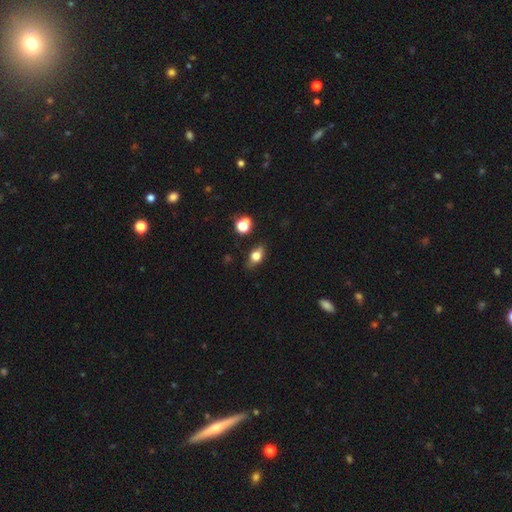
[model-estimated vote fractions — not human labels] Smooth or featured: smooth — 63% (featured or disk — 26%)
How rounded: in between — 72% (round — 17%)
Merging: none — 80% (minor disturbance — 13%)